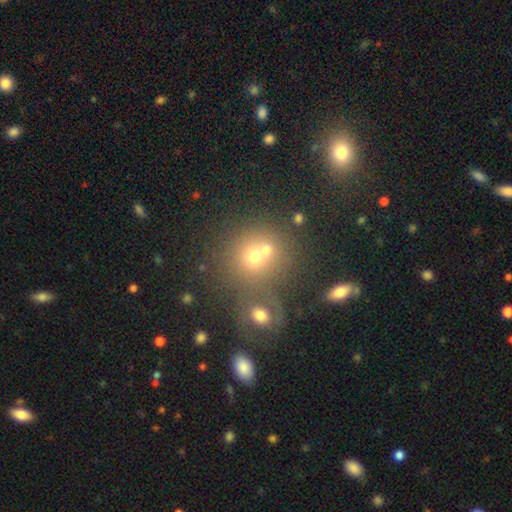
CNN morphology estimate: A smooth galaxy with no disk features (64%) that is round (82%). Merging: none (44%).